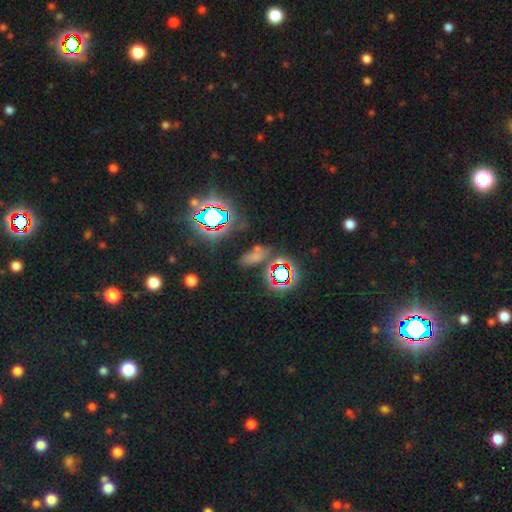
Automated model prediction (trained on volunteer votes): Smooth or featured: smooth — 46% (star or artifact — 43%)
Merging: none — 65% (minor disturbance — 15%)